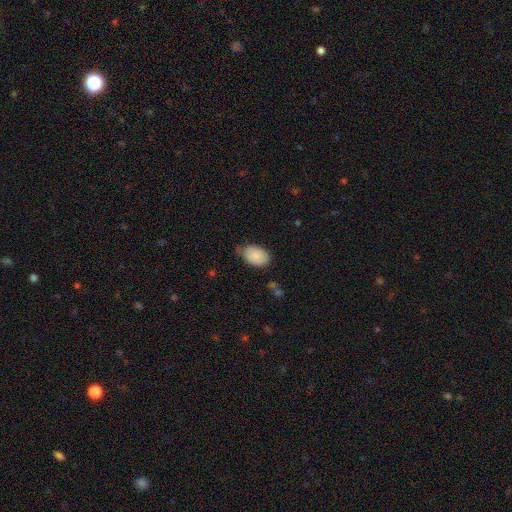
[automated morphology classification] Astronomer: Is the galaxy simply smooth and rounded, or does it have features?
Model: smooth — 87%.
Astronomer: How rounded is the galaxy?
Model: in between — 89%.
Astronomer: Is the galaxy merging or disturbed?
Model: none — 63%.